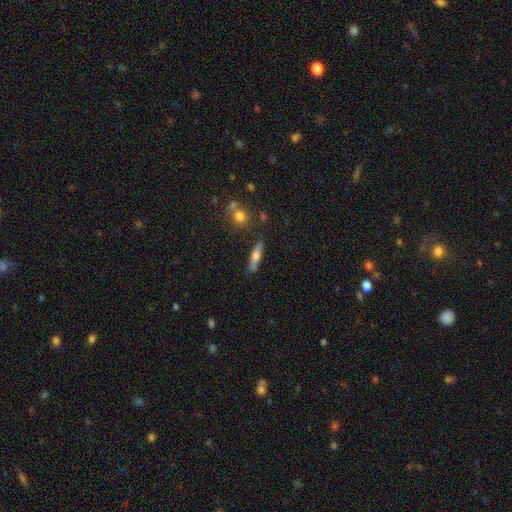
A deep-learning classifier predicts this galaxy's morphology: type=smooth (56%); roundness=cigar-shaped (78%); merging=none (80%).